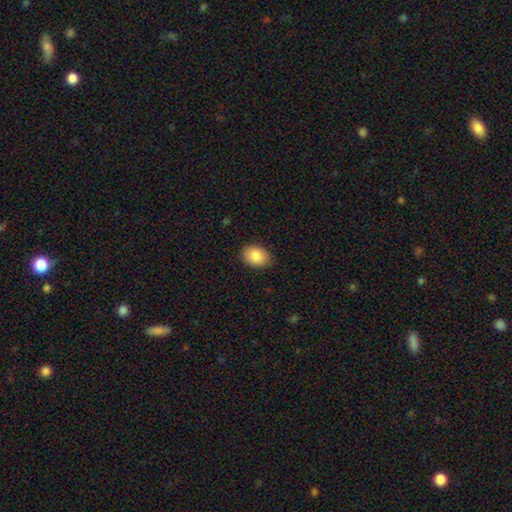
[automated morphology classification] The model was most divided on "how rounded": in between: 77%, round: 22%, cigar-shaped: 1%. More confident: merging — none (86%); smooth or featured — smooth (86%).